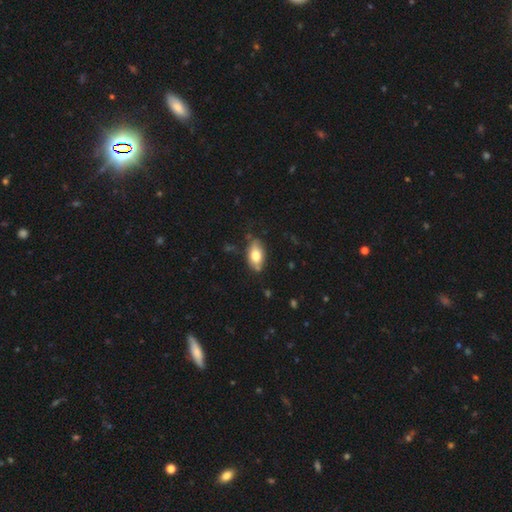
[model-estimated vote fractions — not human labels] This is likely a smooth galaxy (70%). How rounded: clearly in between (89%). Merging: likely none (72%).